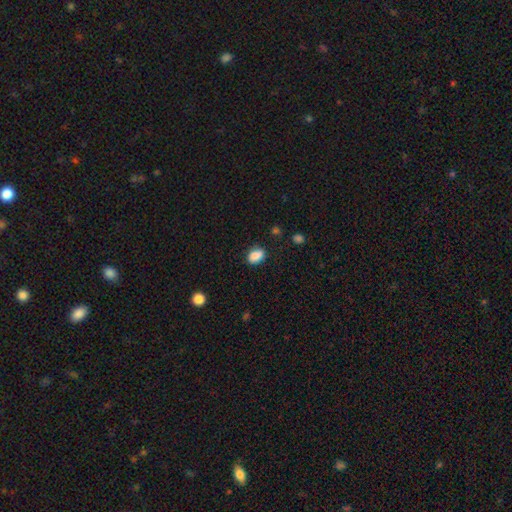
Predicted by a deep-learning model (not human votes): Smooth or featured: smooth — 86% (star or artifact — 9%)
How rounded: in between — 79% (round — 19%)
Merging: none — 78% (minor disturbance — 16%)